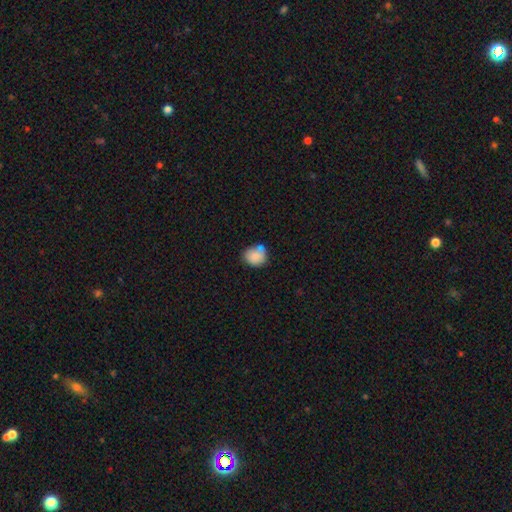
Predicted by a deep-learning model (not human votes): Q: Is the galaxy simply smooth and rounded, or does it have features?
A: smooth — 83%.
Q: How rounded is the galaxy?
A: round — 69%.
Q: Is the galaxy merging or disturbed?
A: none — 51%.